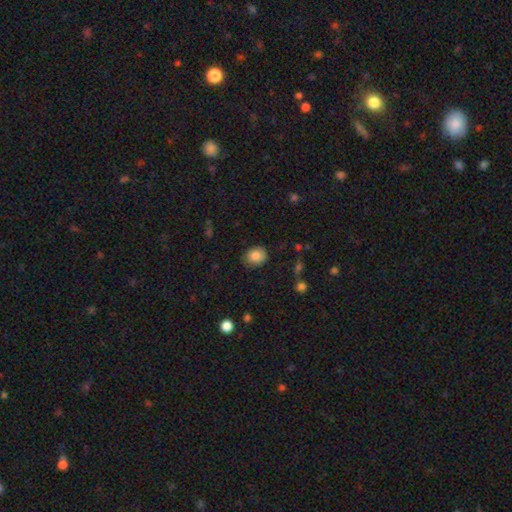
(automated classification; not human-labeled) Q: Smooth or featured?
A: smooth (86%); runner-up: star or artifact (9%)
Q: How rounded?
A: round (59%); runner-up: in between (40%)
Q: Merging?
A: none (80%); runner-up: minor disturbance (15%)